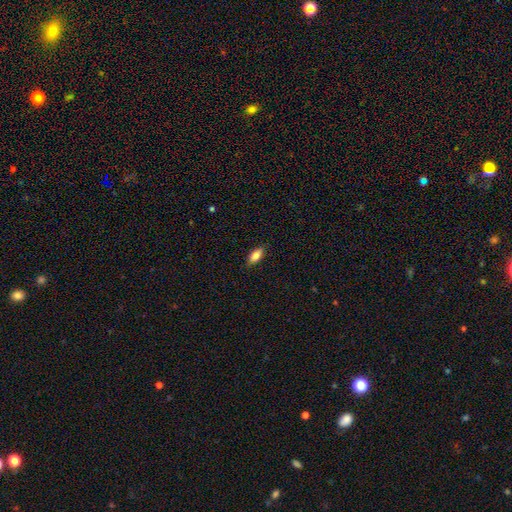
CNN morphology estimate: A smooth galaxy with no disk features (82%) that is in between round and cigar-shaped (85%).

Vote fractions:
- Smooth or featured? smooth: 82% / featured or disk: 11% / star or artifact: 7%
- How rounded? in between: 85% / cigar-shaped: 12% / round: 3%
- Merging? none: 88% / minor disturbance: 9% / major disturbance: 2% / merger: 1%